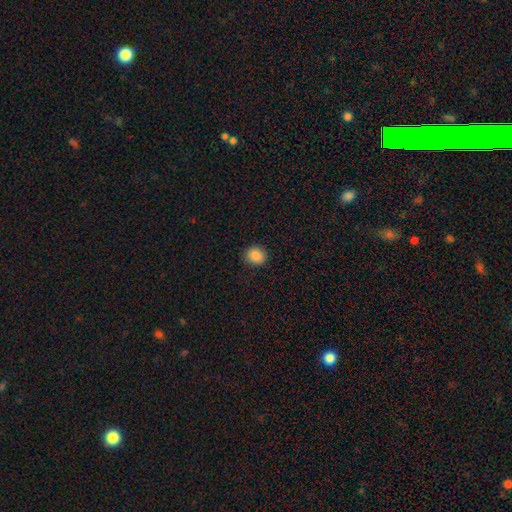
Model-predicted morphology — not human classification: smooth 87%, star or artifact 9%, featured or disk 4%. Down the decision tree: how rounded — round (76%); merging — none (89%).